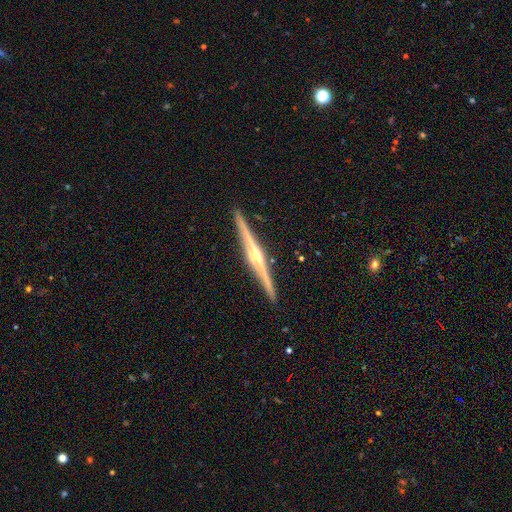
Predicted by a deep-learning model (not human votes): Smooth or featured: featured or disk — 85% (smooth — 10%)
Edge-on disk: yes — 98% (no — 2%)
Edge-on bulge: rounded — 91% (none — 5%)
Merging: none — 92% (minor disturbance — 6%)